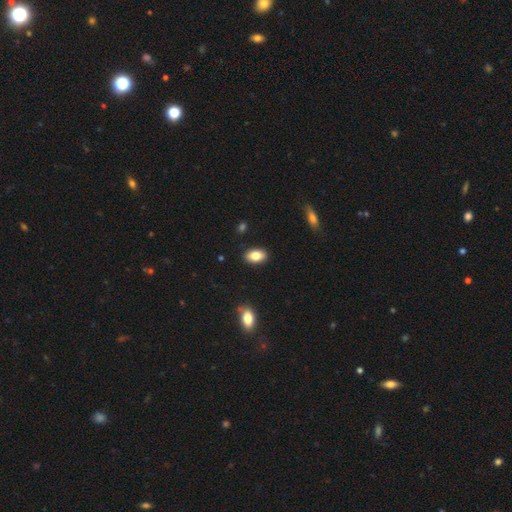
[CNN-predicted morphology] Smooth or featured?
  - smooth: 82% *
  - featured or disk: 11%
  - star or artifact: 7%
How rounded?
  - in between: 92% *
  - round: 6%
  - cigar-shaped: 2%
Merging?
  - none: 89% *
  - minor disturbance: 8%
  - major disturbance: 2%
  - merger: 1%